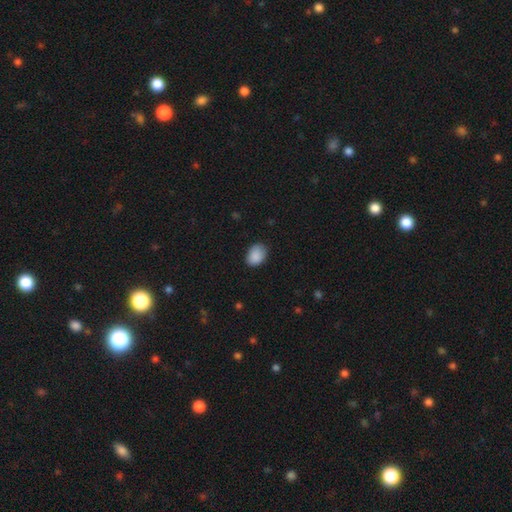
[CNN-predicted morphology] The model was most divided on "how rounded": in between: 75%, round: 24%, cigar-shaped: 1%. More confident: smooth or featured — smooth (89%); merging — none (79%).